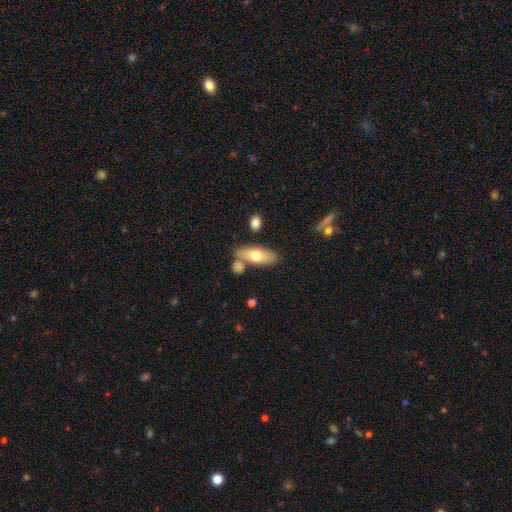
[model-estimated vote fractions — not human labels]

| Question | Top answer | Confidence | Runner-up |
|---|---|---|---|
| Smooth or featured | smooth | 65% | featured or disk (29%) |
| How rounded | in between | 78% | cigar-shaped (19%) |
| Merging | none | 64% | merger (17%) |